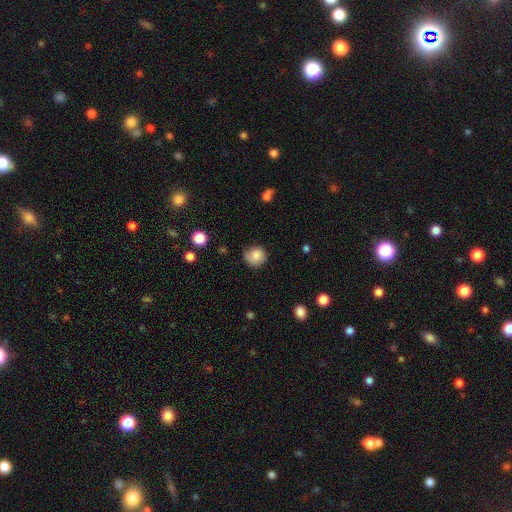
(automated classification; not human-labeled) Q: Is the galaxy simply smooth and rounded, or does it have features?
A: smooth — 83%.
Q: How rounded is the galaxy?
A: round — 89%.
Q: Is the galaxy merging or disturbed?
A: none — 72%.